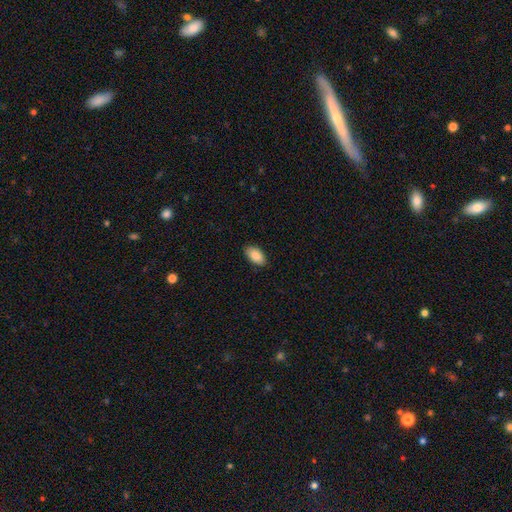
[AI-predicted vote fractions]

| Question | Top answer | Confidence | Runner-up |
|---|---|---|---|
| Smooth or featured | smooth | 89% | star or artifact (6%) |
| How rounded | in between | 95% | round (3%) |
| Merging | none | 87% | minor disturbance (10%) |